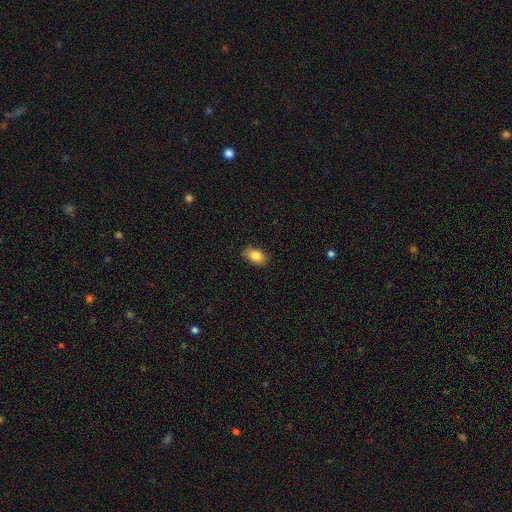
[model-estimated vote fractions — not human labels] Overall: smooth (85%). How rounded: in between (85%). Merging: none (83%).